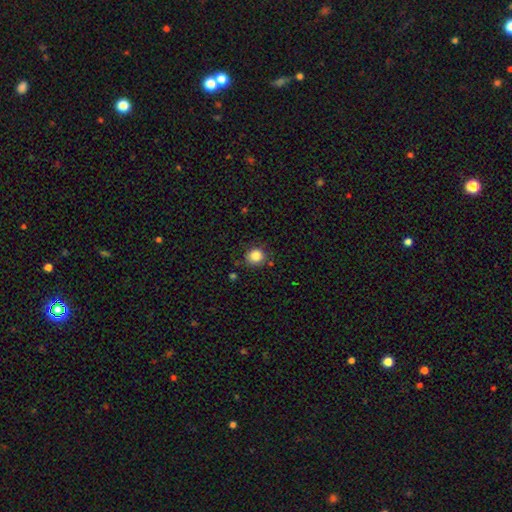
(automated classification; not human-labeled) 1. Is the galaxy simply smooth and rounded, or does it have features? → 85% smooth, 10% star or artifact, 4% featured or disk.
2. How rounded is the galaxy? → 85% round, 14% in between, 1% cigar-shaped.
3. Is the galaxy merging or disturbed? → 83% none, 11% minor disturbance, 3% major disturbance, 3% merger.